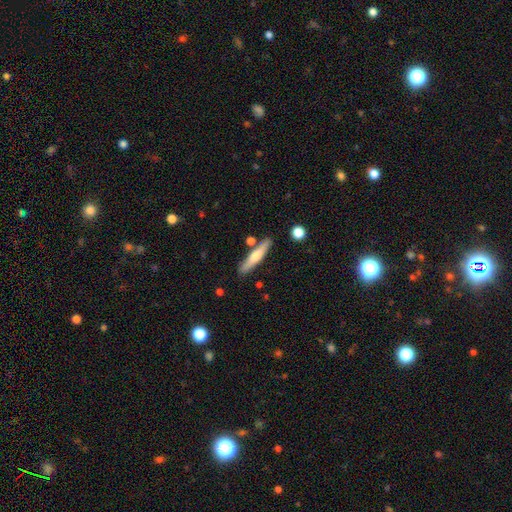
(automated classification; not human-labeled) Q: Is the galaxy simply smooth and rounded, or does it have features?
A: smooth — 53%.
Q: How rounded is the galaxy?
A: cigar-shaped — 87%.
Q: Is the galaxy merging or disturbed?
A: none — 81%.